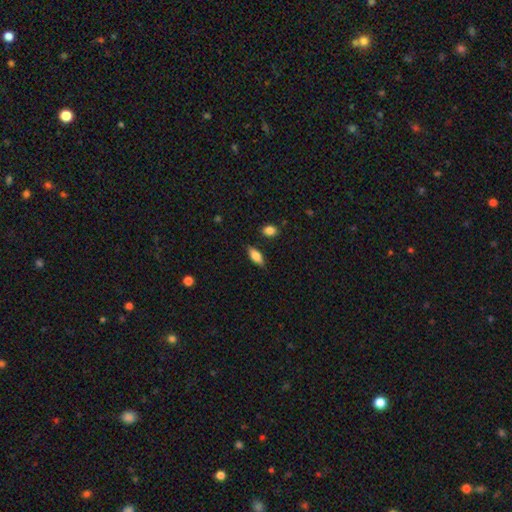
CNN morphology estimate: type=smooth (78%); roundness=in between (79%); merging=none (81%).